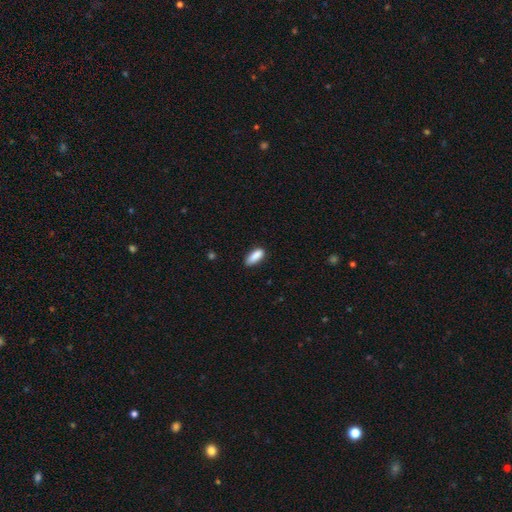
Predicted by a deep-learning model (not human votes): smooth-or-featured: smooth: 88% | star or artifact: 7% | featured or disk: 5%
  how-rounded: in between: 69% | cigar-shaped: 29% | round: 2%
  merging: none: 79% | minor disturbance: 17% | major disturbance: 3% | merger: 2%